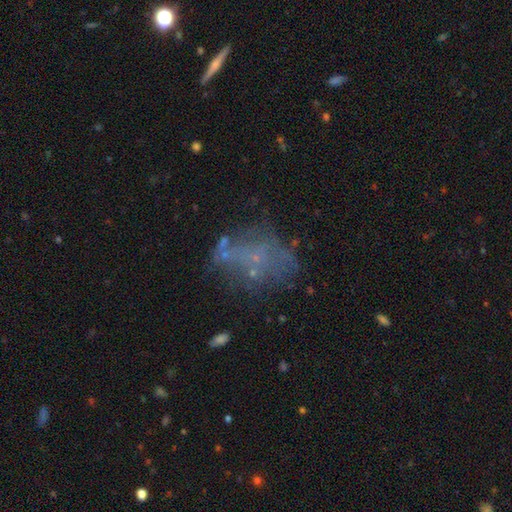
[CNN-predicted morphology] smooth_or_featured: featured or disk (p=0.45) [alt: smooth p=0.29]
merging: none (p=0.52) [alt: major disturbance p=0.21]